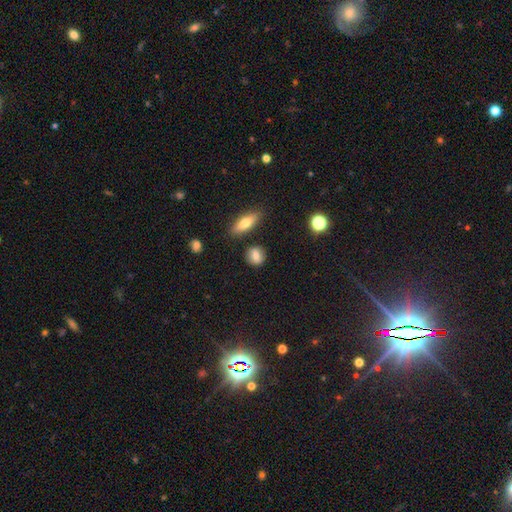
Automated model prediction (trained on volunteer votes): The model was most divided on "how rounded": round: 73%, in between: 24%, cigar-shaped: 3%. More confident: merging — none (85%); smooth or featured — smooth (81%).